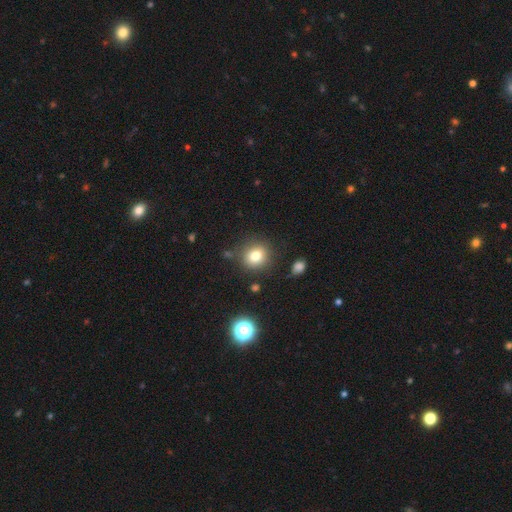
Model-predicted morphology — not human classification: smooth-or-featured: smooth: 78% | star or artifact: 13% | featured or disk: 9%
  how-rounded: round: 84% | in between: 15% | cigar-shaped: 1%
  merging: none: 83% | minor disturbance: 10% | major disturbance: 3% | merger: 3%